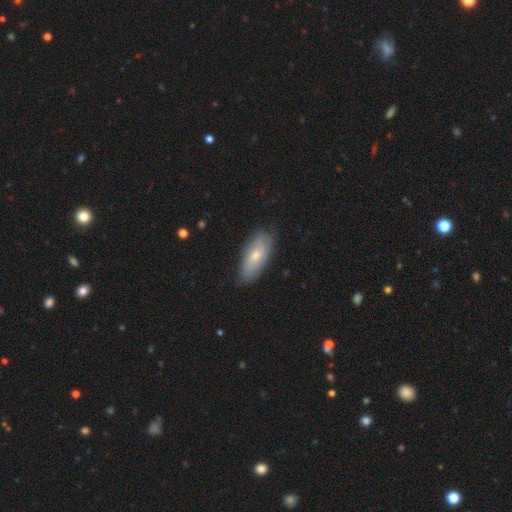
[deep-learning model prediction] This appears to be a smooth galaxy with no disk features (51%) that is in between round and cigar-shaped (84%). Merging: none (78%).